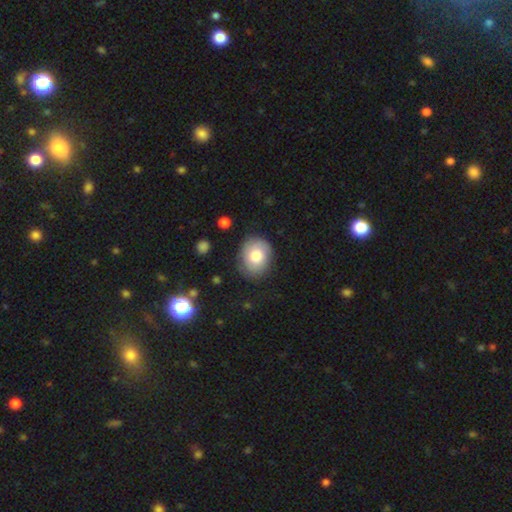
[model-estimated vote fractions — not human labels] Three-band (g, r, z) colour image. It shows a smooth galaxy with no disk features (74%) that is round (54%). Merging: none (79%).